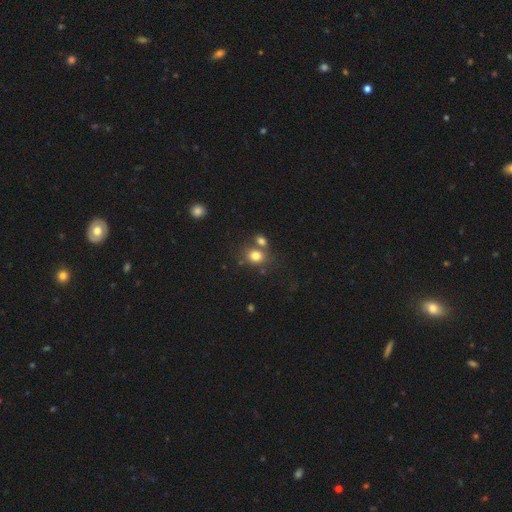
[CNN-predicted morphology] smooth_or_featured: smooth (p=0.79) [alt: star or artifact p=0.12]
how_rounded: round (p=0.63) [alt: in between p=0.36]
merging: none (p=0.55) [alt: merger p=0.30]